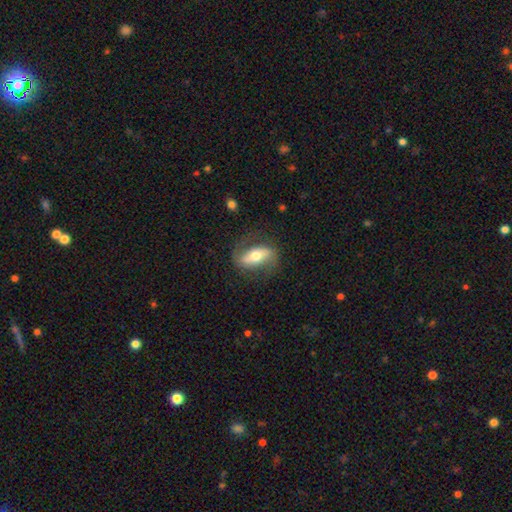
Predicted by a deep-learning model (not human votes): Smooth or featured? Predicted: featured or disk (p=0.62). Edge-on disk? Predicted: no (p=0.85). Bar? Predicted: strong (p=0.50). Spiral arms? Predicted: yes (p=0.73). Bulge size? Predicted: moderate (p=0.69). Merging? Predicted: none (p=0.74).